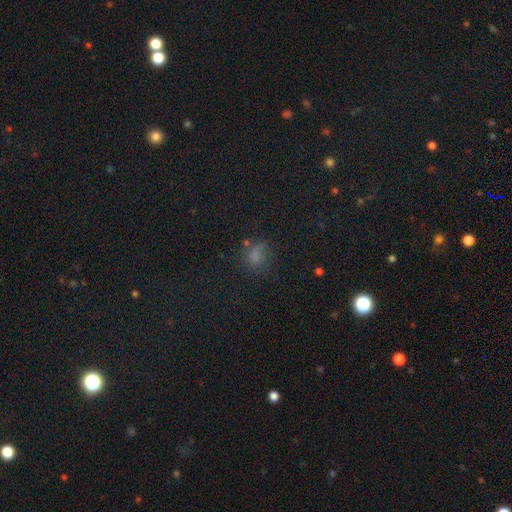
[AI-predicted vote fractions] This is likely a smooth galaxy (66%). How rounded: likely round (66%). Merging: possibly none (58%).